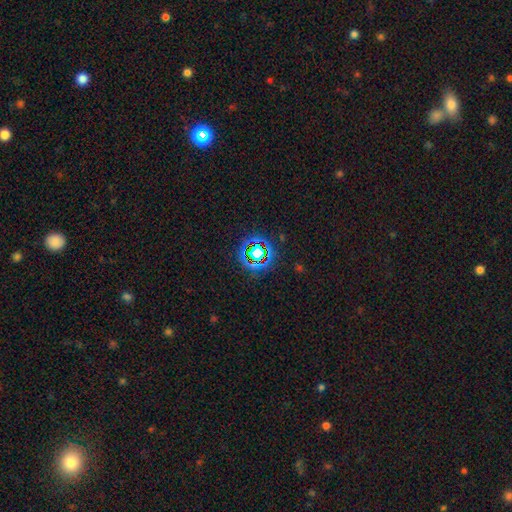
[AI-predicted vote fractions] Q: Smooth or featured?
A: star or artifact (69%); runner-up: smooth (20%)